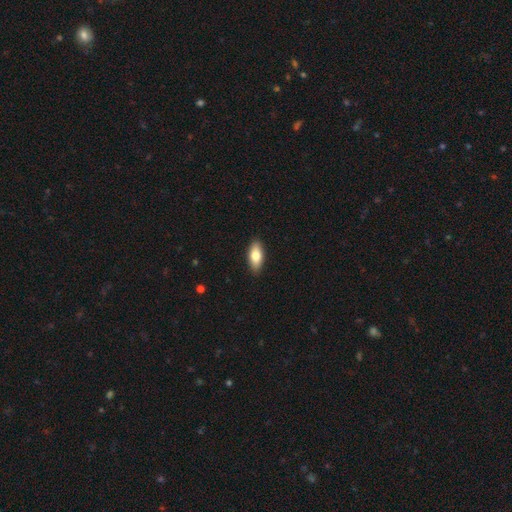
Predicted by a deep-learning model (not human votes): A smooth galaxy with no disk features (76%) that is in between round and cigar-shaped (83%). Merging: none (90%).